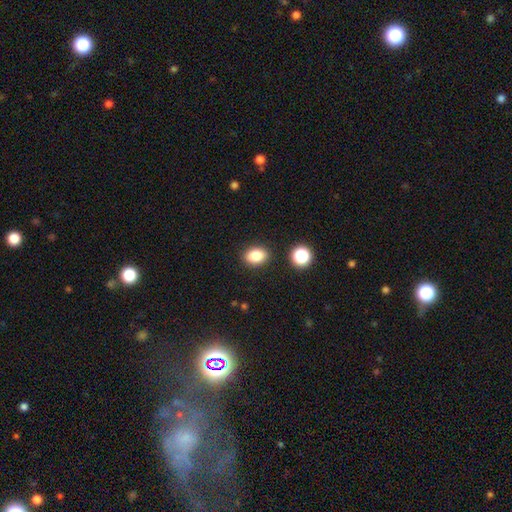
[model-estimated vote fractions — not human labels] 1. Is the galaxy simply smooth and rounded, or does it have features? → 84% smooth, 10% star or artifact, 6% featured or disk.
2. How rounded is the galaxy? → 71% in between, 28% round, 1% cigar-shaped.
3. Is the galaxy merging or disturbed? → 87% none, 8% minor disturbance, 3% merger, 2% major disturbance.